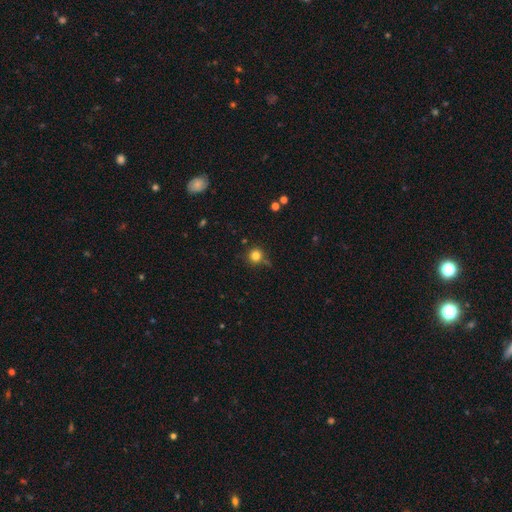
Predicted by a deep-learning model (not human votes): Smooth or featured?
  - smooth: 81% *
  - star or artifact: 13%
  - featured or disk: 6%
How rounded?
  - round: 94% *
  - in between: 5%
  - cigar-shaped: 1%
Merging?
  - none: 77% *
  - minor disturbance: 13%
  - merger: 6%
  - major disturbance: 4%